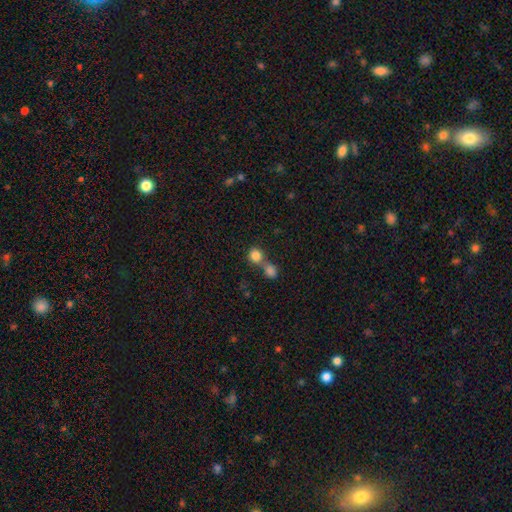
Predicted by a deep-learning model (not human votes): smooth_or_featured: smooth (p=0.83) [alt: star or artifact p=0.10]
how_rounded: round (p=0.86) [alt: in between p=0.13]
merging: merger (p=0.48) [alt: none p=0.43]